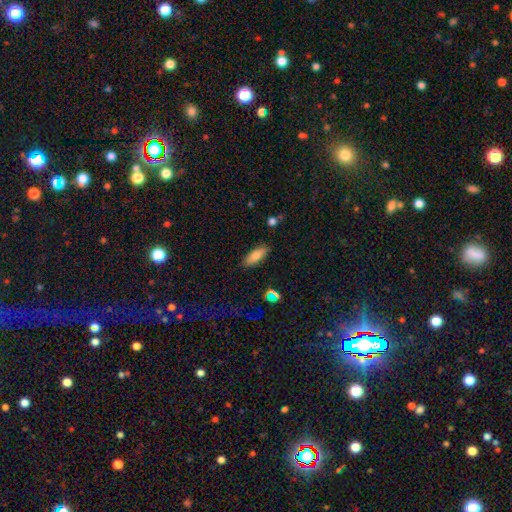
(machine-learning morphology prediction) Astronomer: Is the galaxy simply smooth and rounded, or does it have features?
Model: smooth — 78%.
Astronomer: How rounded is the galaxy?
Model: in between — 73%.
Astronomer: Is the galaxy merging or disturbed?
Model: none — 86%.